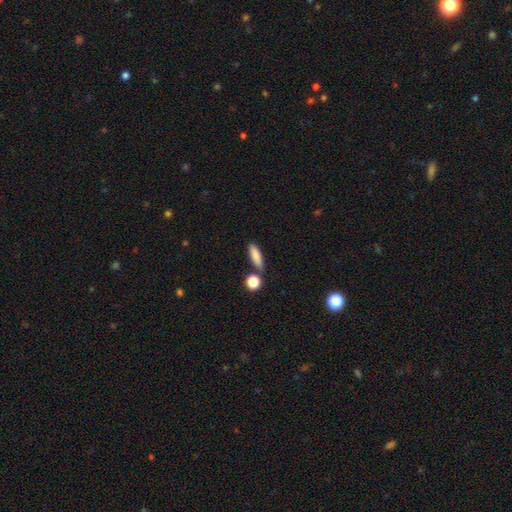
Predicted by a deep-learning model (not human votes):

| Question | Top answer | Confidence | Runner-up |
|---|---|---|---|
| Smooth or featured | smooth | 83% | featured or disk (9%) |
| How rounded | in between | 48% | cigar-shaped (46%) |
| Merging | none | 77% | minor disturbance (11%) |